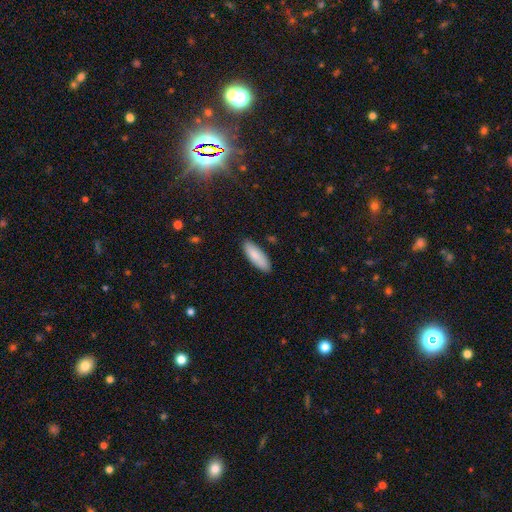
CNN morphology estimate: Smooth or featured? Predicted: smooth (p=0.86). How rounded? Predicted: in between (p=0.64). Merging? Predicted: none (p=0.87).